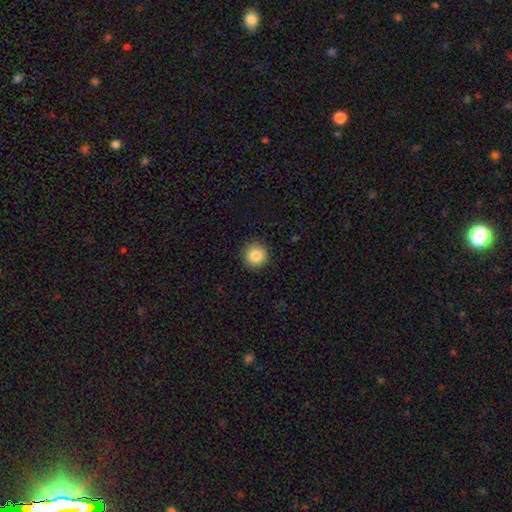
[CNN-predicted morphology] Smooth or featured: smooth — 85% (star or artifact — 10%)
How rounded: round — 95% (in between — 4%)
Merging: none — 92% (minor disturbance — 5%)